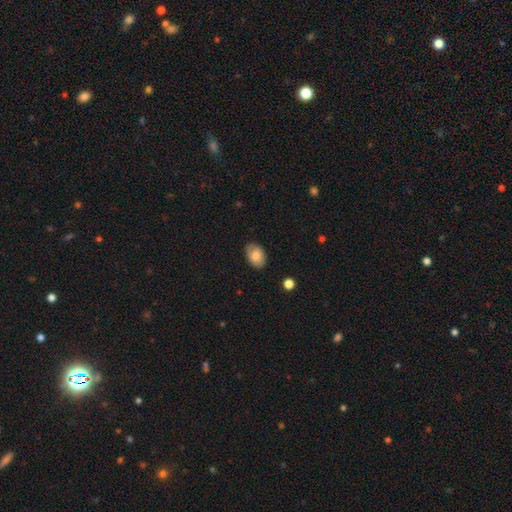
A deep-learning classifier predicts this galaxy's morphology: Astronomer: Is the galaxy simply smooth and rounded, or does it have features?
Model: smooth — 75%.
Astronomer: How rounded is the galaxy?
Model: in between — 86%.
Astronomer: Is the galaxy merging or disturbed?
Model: none — 79%.